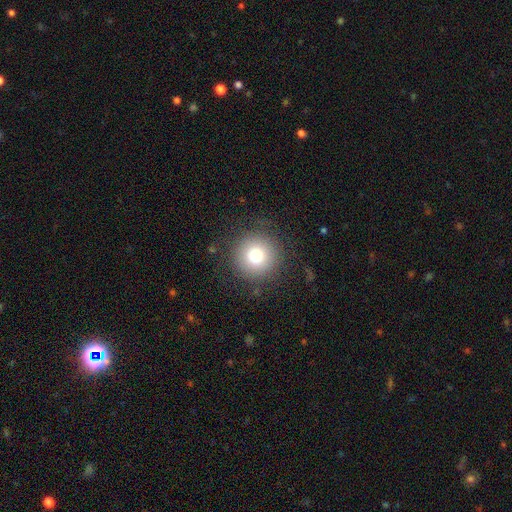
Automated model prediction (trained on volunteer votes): Smooth or featured: smooth — 81% (star or artifact — 11%)
How rounded: round — 96% (in between — 3%)
Merging: none — 85% (minor disturbance — 9%)